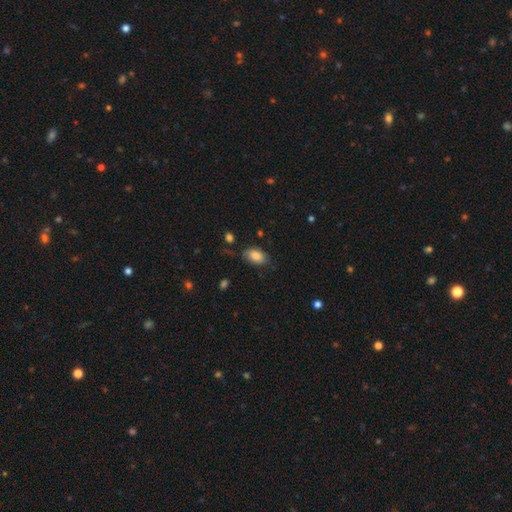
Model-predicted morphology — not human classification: This appears to be a smooth galaxy with no disk features (84%) that is in between round and cigar-shaped (91%). Merging: none (75%).